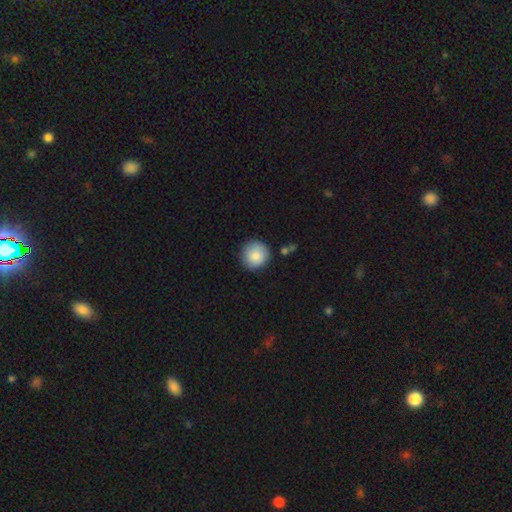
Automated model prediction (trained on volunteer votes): Overall: smooth (87%). How rounded: round (94%). Merging: none (85%).